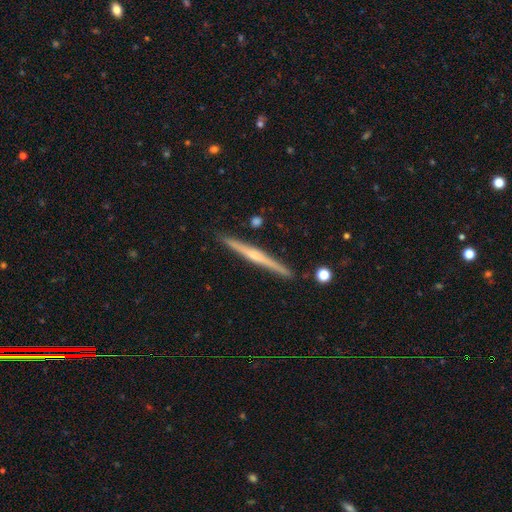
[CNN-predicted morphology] featured or disk 73%, smooth 21%, star or artifact 6%. Down the decision tree: edge-on disk — yes (98%); edge-on bulge — rounded (65%); merging — none (91%).